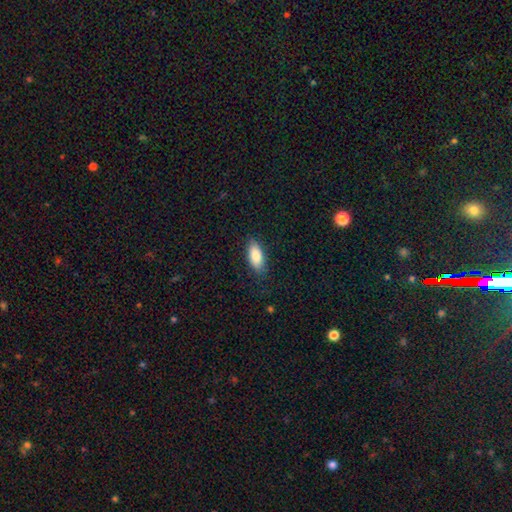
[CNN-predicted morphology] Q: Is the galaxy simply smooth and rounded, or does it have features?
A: smooth — 85%.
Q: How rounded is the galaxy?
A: in between — 88%.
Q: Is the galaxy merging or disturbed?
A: none — 81%.